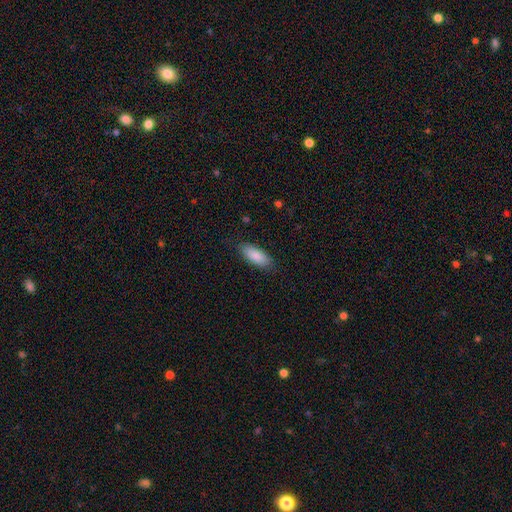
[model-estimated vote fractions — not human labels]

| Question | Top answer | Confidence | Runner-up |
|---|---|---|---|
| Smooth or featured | smooth | 87% | featured or disk (7%) |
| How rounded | in between | 80% | cigar-shaped (18%) |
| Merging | none | 86% | minor disturbance (11%) |